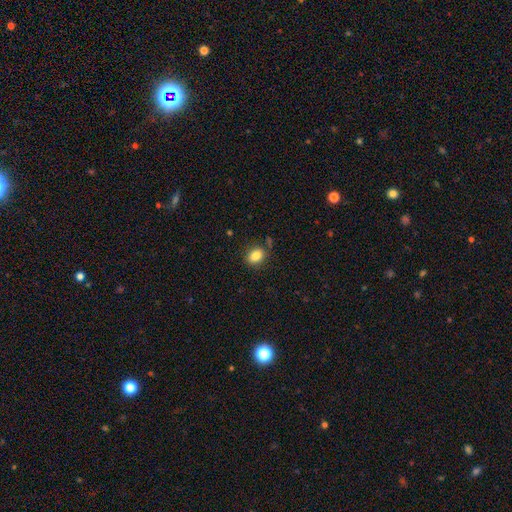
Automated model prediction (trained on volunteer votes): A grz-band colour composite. It shows a smooth galaxy with no disk features (84%) that is in between round and cigar-shaped (65%). Merging: none (81%).